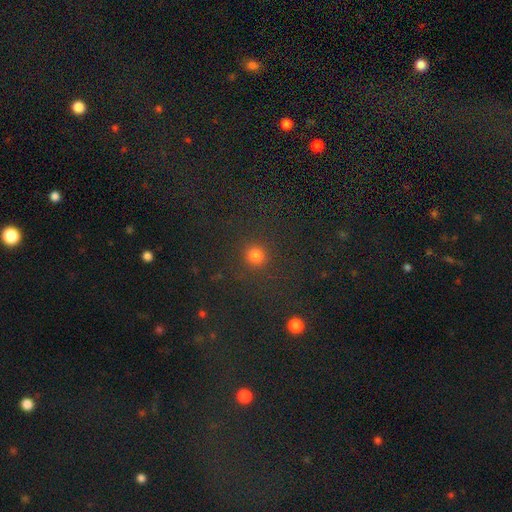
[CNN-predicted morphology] A smooth galaxy with no disk features (75%) that is round (90%).

Vote fractions:
- Smooth or featured? smooth: 75% / star or artifact: 19% / featured or disk: 6%
- How rounded? round: 90% / in between: 9% / cigar-shaped: 1%
- Merging? none: 88% / minor disturbance: 7% / major disturbance: 3% / merger: 2%